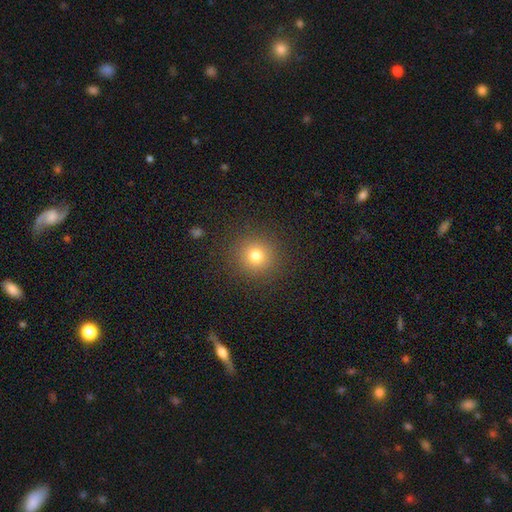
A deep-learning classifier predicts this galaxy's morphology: Overall: smooth (76%). How rounded: round (94%). Merging: none (90%).